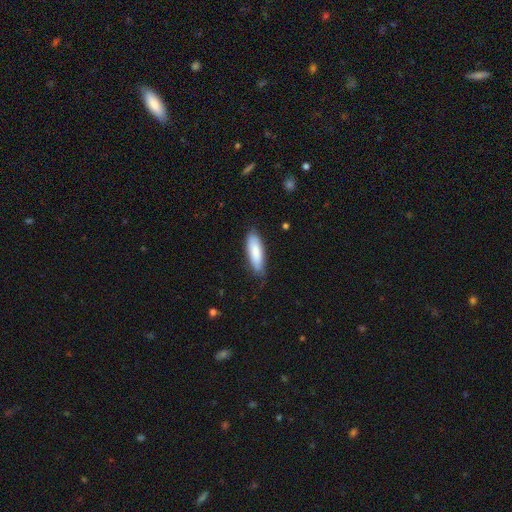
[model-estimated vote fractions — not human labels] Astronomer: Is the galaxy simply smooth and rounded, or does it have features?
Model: smooth — 83%.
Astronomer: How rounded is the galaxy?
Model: in between — 58% (runner-up: cigar-shaped, 41%).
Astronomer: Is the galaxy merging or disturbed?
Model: none — 71%.